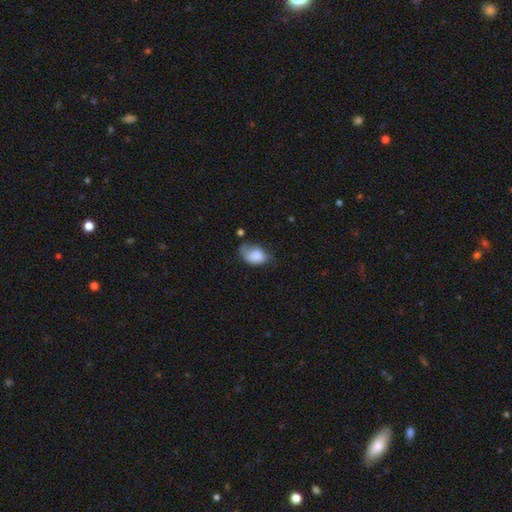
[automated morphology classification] Overall: smooth (77%). How rounded: in between (86%). Merging: minor disturbance (40%; none 32%).